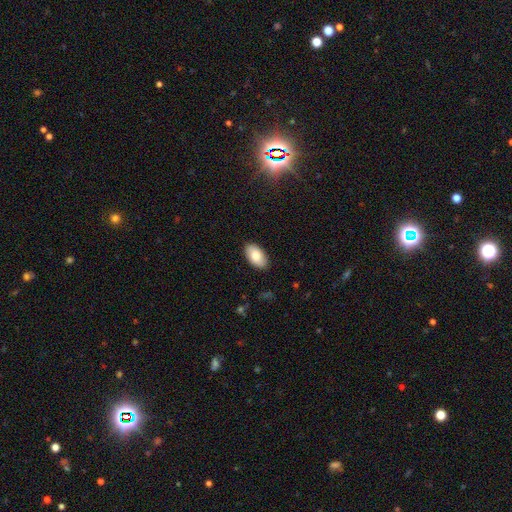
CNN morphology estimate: Q: Smooth or featured?
A: smooth (83%); runner-up: featured or disk (11%)
Q: How rounded?
A: in between (95%); runner-up: round (3%)
Q: Merging?
A: none (89%); runner-up: minor disturbance (9%)